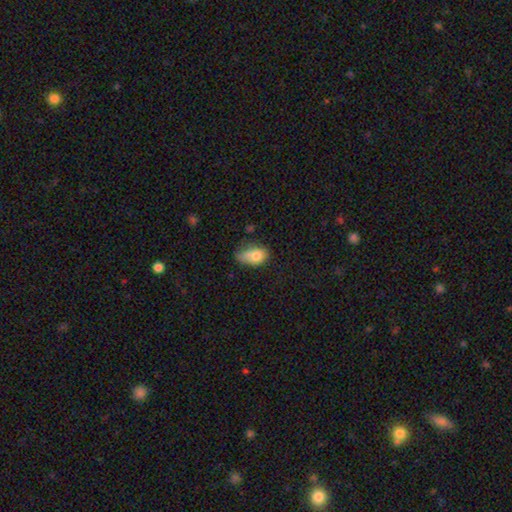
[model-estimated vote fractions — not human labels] The model was most divided on "merging": minor disturbance: 32%, none: 27%, merger: 22%, major disturbance: 19%. More confident: how rounded — in between (77%); smooth or featured — smooth (74%).